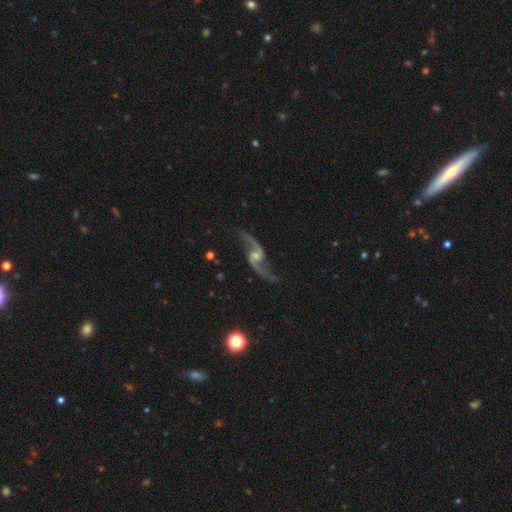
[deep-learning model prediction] The model was most divided on "bulge size": small: 47%, moderate: 40%, none: 7%, large: 4%, dominant: 1%. More confident: spiral arms — yes (97%); edge-on disk — no (96%); spiral arm count — 2 (94%); smooth or featured — featured or disk (91%); spiral winding — loose (88%); merging — none (78%); bar — no (51%).